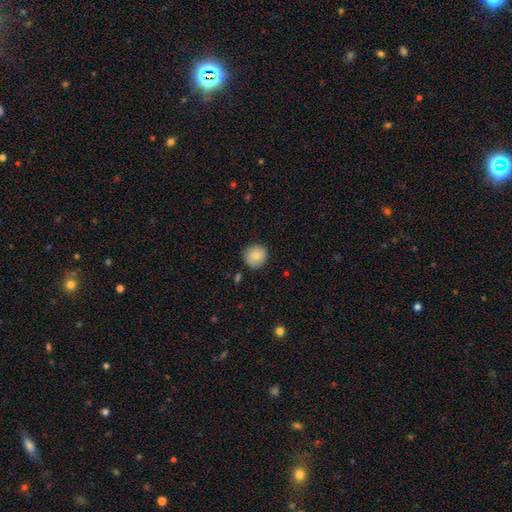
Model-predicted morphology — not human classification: Q: Smooth or featured?
A: smooth (82%); runner-up: featured or disk (10%)
Q: How rounded?
A: round (92%); runner-up: in between (7%)
Q: Merging?
A: none (86%); runner-up: minor disturbance (10%)